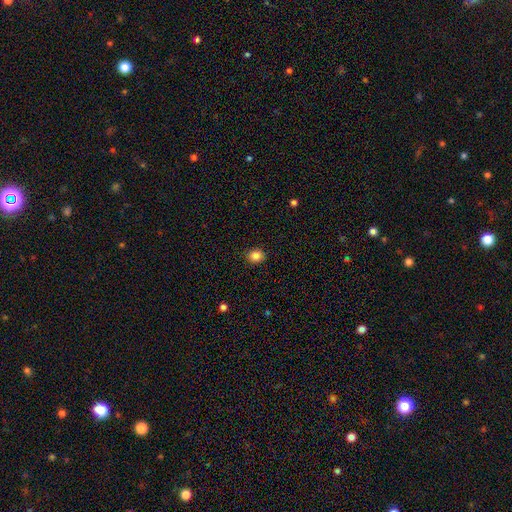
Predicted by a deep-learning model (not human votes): Smooth or featured?
  - smooth: 86% *
  - star or artifact: 10%
  - featured or disk: 4%
How rounded?
  - round: 60% *
  - in between: 39%
  - cigar-shaped: 1%
Merging?
  - none: 89% *
  - minor disturbance: 8%
  - major disturbance: 2%
  - merger: 1%